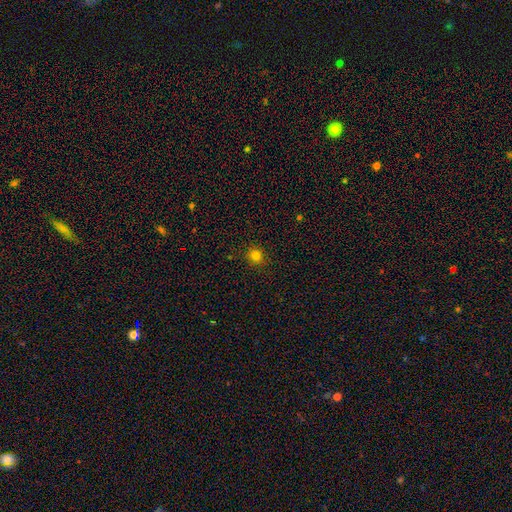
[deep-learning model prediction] A smooth galaxy with no disk features (79%) that is round (90%).

Vote fractions:
- Smooth or featured? smooth: 79% / star or artifact: 16% / featured or disk: 5%
- How rounded? round: 90% / in between: 9% / cigar-shaped: 1%
- Merging? none: 91% / minor disturbance: 6% / major disturbance: 2% / merger: 1%